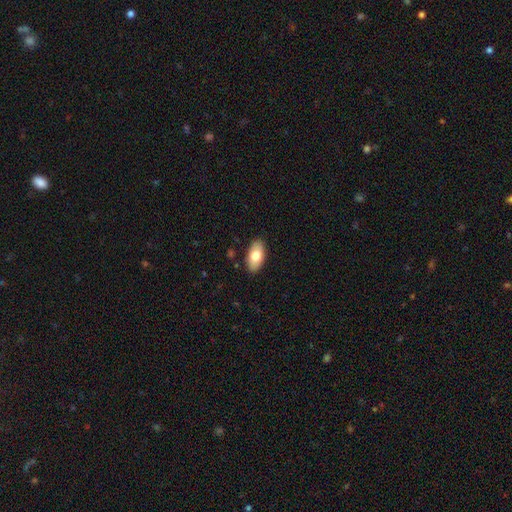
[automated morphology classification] This appears to be a smooth galaxy with no disk features (77%) that is in between round and cigar-shaped (94%). Merging: none (89%).